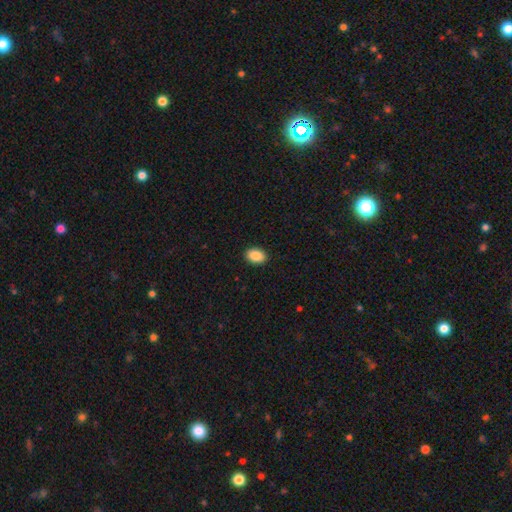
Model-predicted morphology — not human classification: smooth-or-featured: smooth: 88% | star or artifact: 8% | featured or disk: 4%
  how-rounded: in between: 84% | round: 15% | cigar-shaped: 1%
  merging: none: 91% | minor disturbance: 6% | major disturbance: 2% | merger: 1%